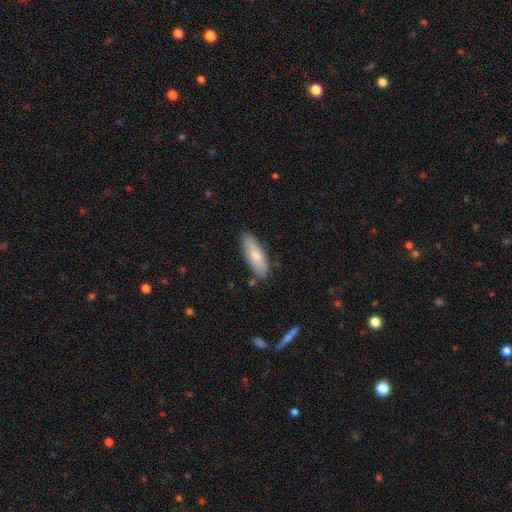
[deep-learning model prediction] This is likely a smooth galaxy (79%). How rounded: likely in between (61%). Merging: clearly none (83%).